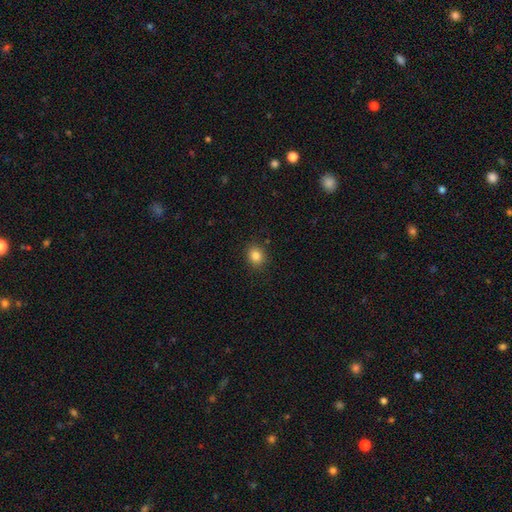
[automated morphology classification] Smooth or featured: smooth — 84% (star or artifact — 11%)
How rounded: round — 69% (in between — 30%)
Merging: none — 88% (minor disturbance — 8%)